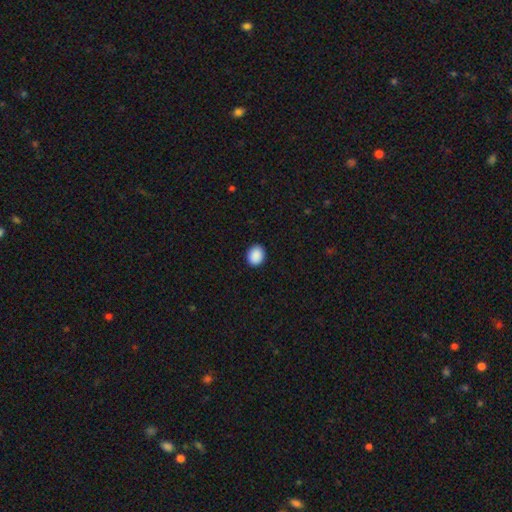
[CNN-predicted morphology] Smooth or featured: smooth — 90% (star or artifact — 8%)
How rounded: round — 51% (in between — 48%)
Merging: none — 92% (minor disturbance — 6%)